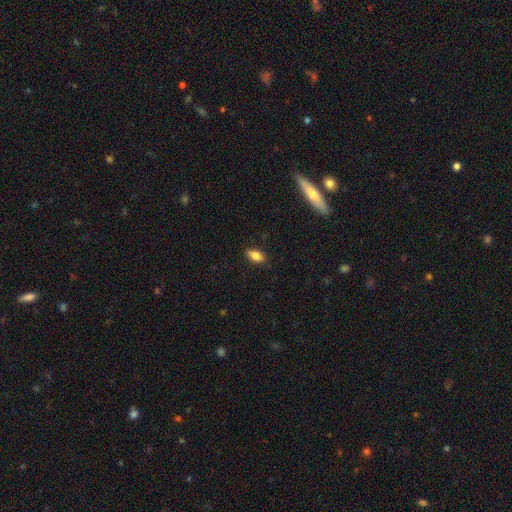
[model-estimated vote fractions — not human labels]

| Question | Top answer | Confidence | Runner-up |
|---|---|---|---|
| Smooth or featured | smooth | 80% | featured or disk (11%) |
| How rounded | in between | 87% | cigar-shaped (8%) |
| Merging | none | 87% | minor disturbance (10%) |